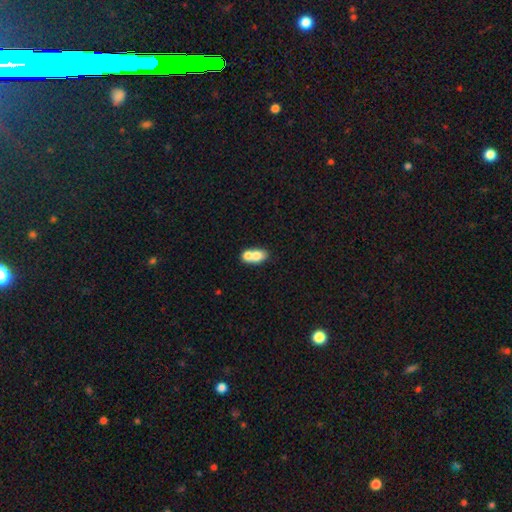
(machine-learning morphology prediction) smooth_or_featured: smooth (p=0.72) [alt: featured or disk p=0.20]
how_rounded: in between (p=0.73) [alt: round p=0.24]
merging: merger (p=0.63) [alt: none p=0.26]